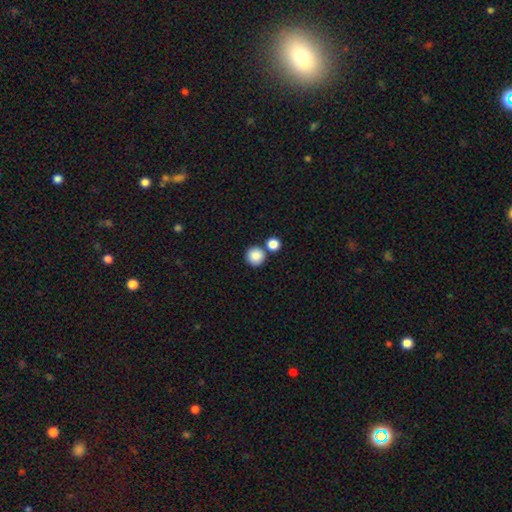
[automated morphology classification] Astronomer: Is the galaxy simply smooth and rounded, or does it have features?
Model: smooth — 86%.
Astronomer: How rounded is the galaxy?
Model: round — 94%.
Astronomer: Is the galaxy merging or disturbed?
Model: none — 73%.